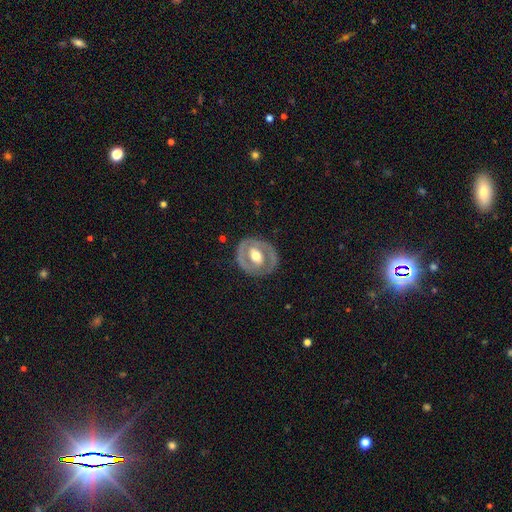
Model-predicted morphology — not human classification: Smooth or featured: featured or disk — 69% (smooth — 26%)
Edge-on disk: no — 95% (yes — 5%)
Bar: no — 41% (weak — 36%)
Spiral arms: no — 58% (yes — 42%)
Bulge size: moderate — 66% (large — 24%)
Merging: none — 79% (minor disturbance — 14%)